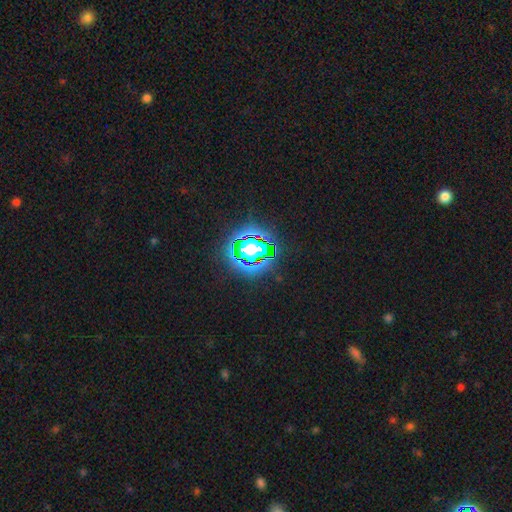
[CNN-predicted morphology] This is clearly a star or artifact rather than a galaxy (81%).